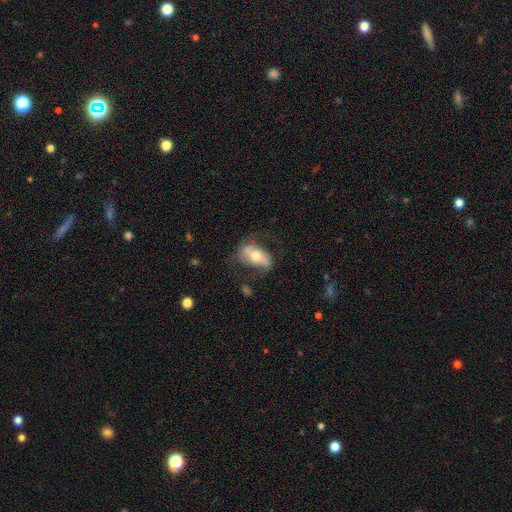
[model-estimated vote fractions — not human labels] This is possibly a featured or disk galaxy (47%). Merging: possibly none (59%).